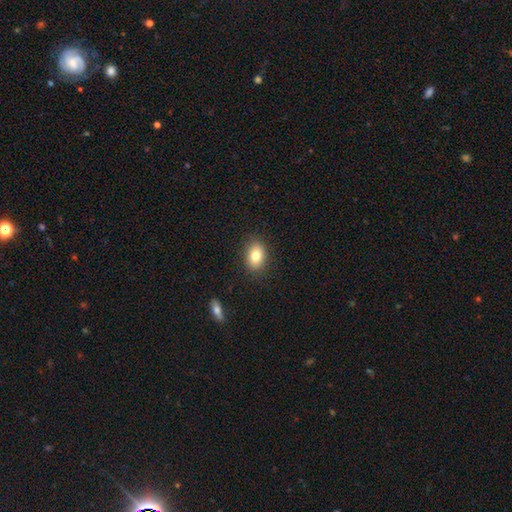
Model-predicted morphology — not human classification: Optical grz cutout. It shows a smooth galaxy with no disk features (80%) that is in between round and cigar-shaped (72%). Merging: none (87%).